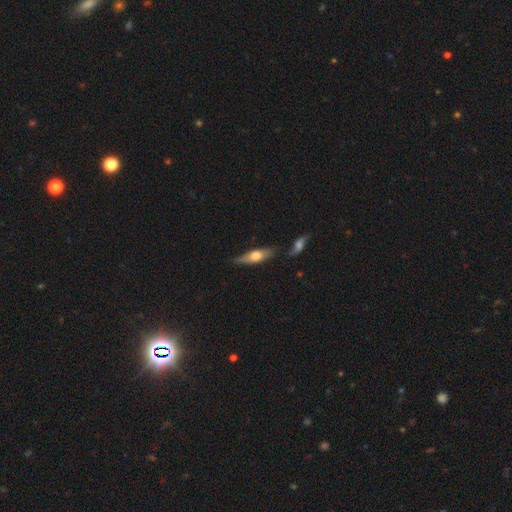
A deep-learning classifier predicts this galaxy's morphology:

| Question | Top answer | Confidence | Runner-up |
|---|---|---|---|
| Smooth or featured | smooth | 51% | featured or disk (43%) |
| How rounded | cigar-shaped | 53% | in between (44%) |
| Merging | none | 65% | minor disturbance (20%) |